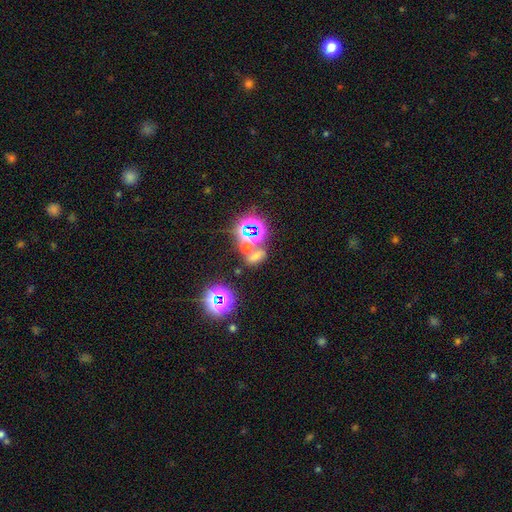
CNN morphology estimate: Smooth or featured?
  - star or artifact: 45% *
  - smooth: 42%
  - featured or disk: 13%